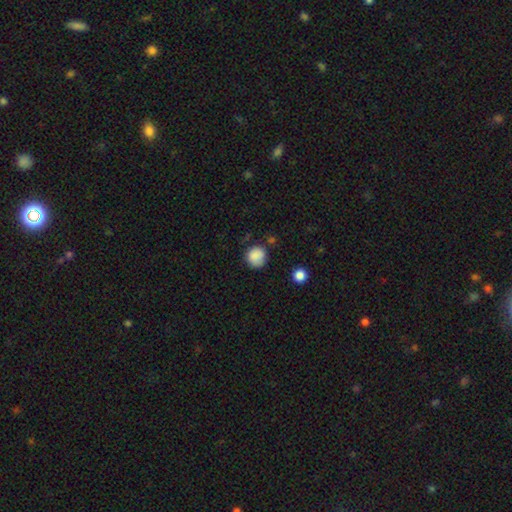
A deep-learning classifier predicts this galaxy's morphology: Smooth or featured? smooth (86%)
How rounded? round (89%)
Merging? none (74%)